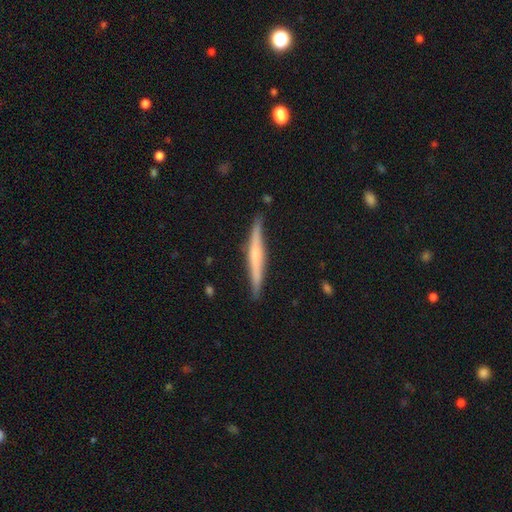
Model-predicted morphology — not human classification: smooth-or-featured: featured or disk: 59% | smooth: 35% | star or artifact: 6%
  disk-edge-on: yes: 97% | no: 3%
    edge-on-bulge: rounded: 43% | none: 41% | boxy: 16%
  merging: none: 88% | minor disturbance: 9% | major disturbance: 2% | merger: 1%